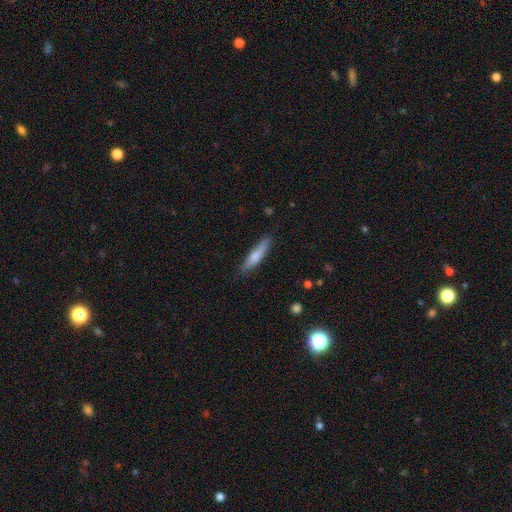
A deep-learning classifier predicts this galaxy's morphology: Smooth or featured: smooth — 71% (featured or disk — 24%)
How rounded: cigar-shaped — 83% (in between — 15%)
Merging: none — 84% (minor disturbance — 12%)